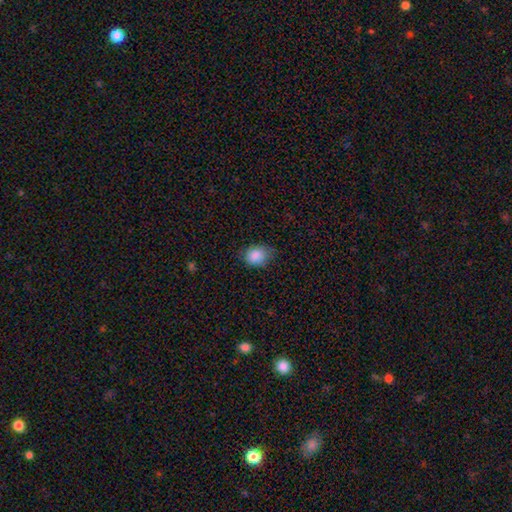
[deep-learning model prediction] smooth-or-featured: smooth: 87% | star or artifact: 8% | featured or disk: 4%
  how-rounded: round: 51% | in between: 48% | cigar-shaped: 1%
  merging: none: 71% | minor disturbance: 24% | major disturbance: 5% | merger: 1%